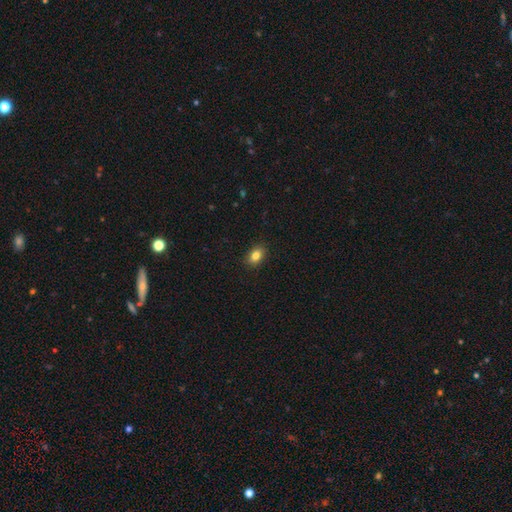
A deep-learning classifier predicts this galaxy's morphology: type=smooth (83%); roundness=in between (77%); merging=none (89%).